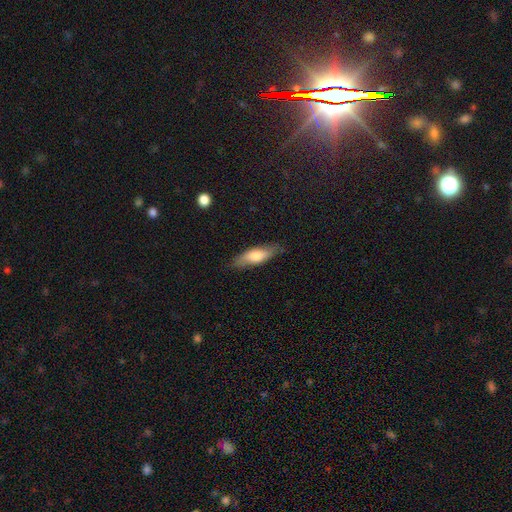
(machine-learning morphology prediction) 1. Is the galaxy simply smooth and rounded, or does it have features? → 68% smooth, 26% featured or disk, 6% star or artifact.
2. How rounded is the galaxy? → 52% cigar-shaped, 46% in between, 2% round.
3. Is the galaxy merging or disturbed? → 81% none, 15% minor disturbance, 3% major disturbance, 1% merger.